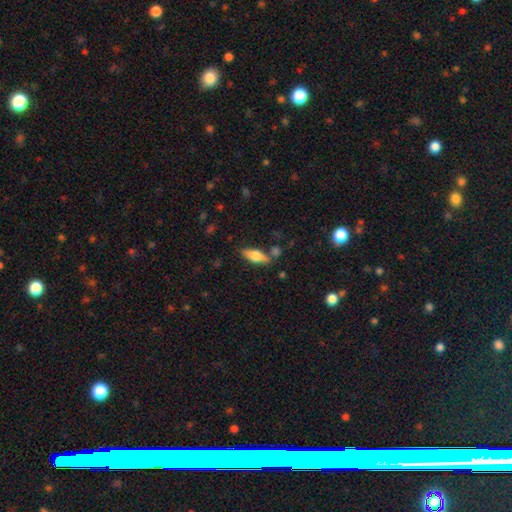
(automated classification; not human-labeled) Smooth or featured: smooth — 60% (featured or disk — 33%)
How rounded: in between — 67% (cigar-shaped — 30%)
Merging: none — 74% (minor disturbance — 15%)